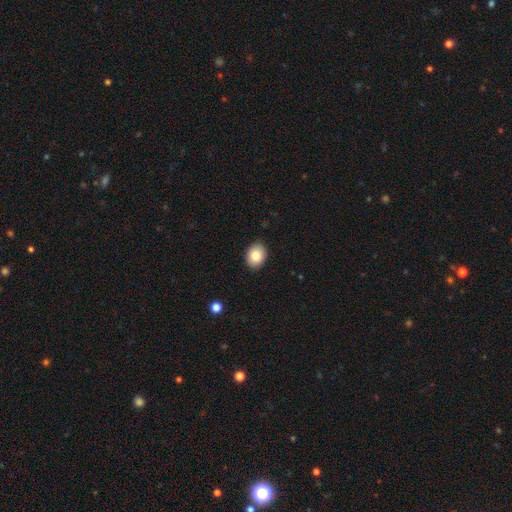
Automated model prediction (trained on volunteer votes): A smooth galaxy with no disk features (84%) that is in between round and cigar-shaped (60%).

Vote fractions:
- Smooth or featured? smooth: 84% / star or artifact: 8% / featured or disk: 8%
- How rounded? in between: 60% / round: 39% / cigar-shaped: 1%
- Merging? none: 89% / minor disturbance: 8% / major disturbance: 2% / merger: 1%